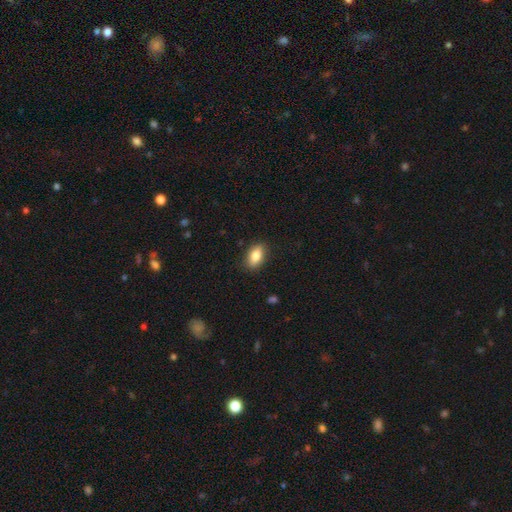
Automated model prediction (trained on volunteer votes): A smooth galaxy with no disk features (83%) that is in between round and cigar-shaped (88%). Merging: none (87%).